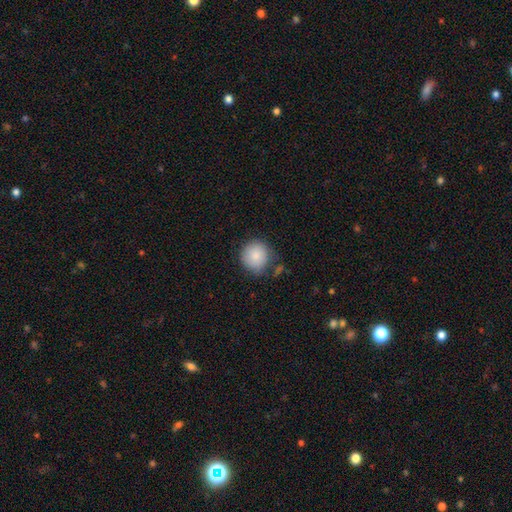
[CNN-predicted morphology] Smooth or featured: smooth — 85% (star or artifact — 8%)
How rounded: round — 90% (in between — 9%)
Merging: none — 69% (minor disturbance — 20%)